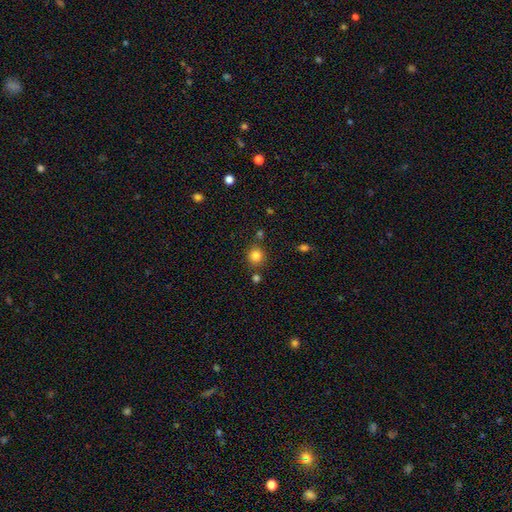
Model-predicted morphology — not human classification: Smooth or featured: smooth — 83% (star or artifact — 12%)
How rounded: round — 90% (in between — 9%)
Merging: none — 80% (minor disturbance — 9%)